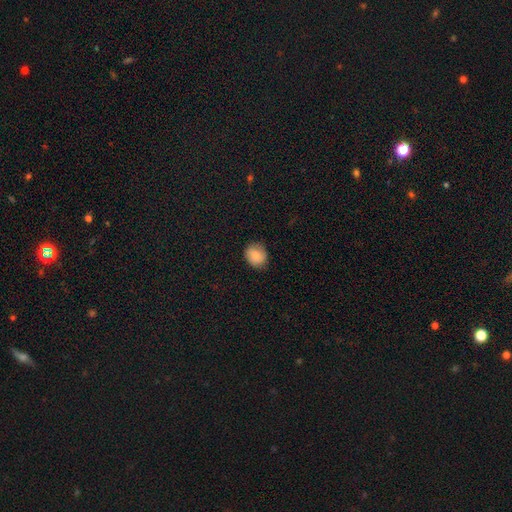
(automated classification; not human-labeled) smooth_or_featured: smooth (p=0.85) [alt: star or artifact p=0.07]
how_rounded: round (p=0.69) [alt: in between p=0.30]
merging: none (p=0.80) [alt: minor disturbance p=0.16]